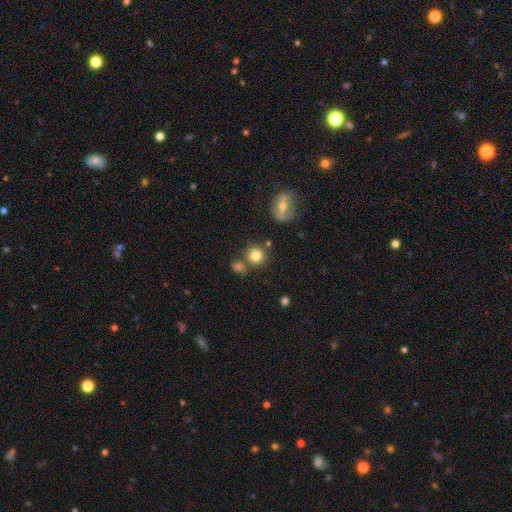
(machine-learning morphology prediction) Overall: smooth (79%). How rounded: round (91%). Merging: none (71%).